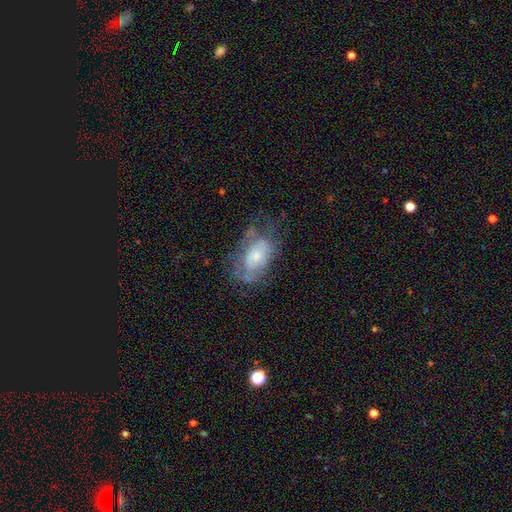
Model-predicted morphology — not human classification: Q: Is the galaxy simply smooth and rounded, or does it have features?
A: featured or disk — 55%.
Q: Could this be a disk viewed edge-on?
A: no — 94%.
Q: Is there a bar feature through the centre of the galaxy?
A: no — 79%.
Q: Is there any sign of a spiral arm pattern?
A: yes — 50%, tied with no.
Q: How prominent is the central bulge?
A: small — 50%.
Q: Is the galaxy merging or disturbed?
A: none — 50%.